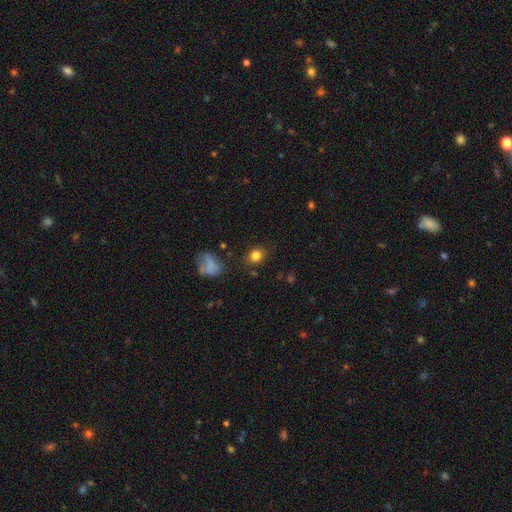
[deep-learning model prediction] Smooth or featured? smooth (81%)
How rounded? round (61%)
Merging? none (81%)